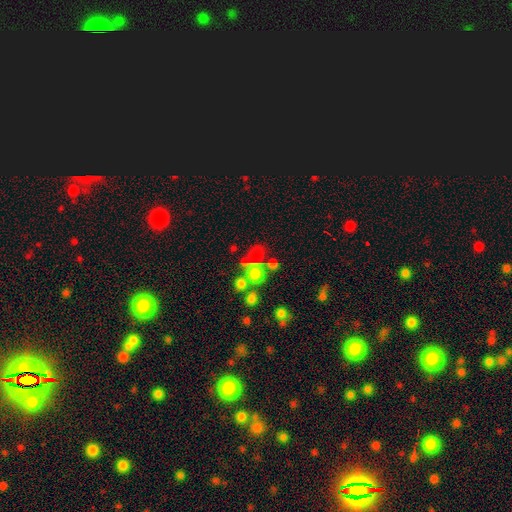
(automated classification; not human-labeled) A smooth galaxy with no disk features (65%) that is round (74%).

Vote fractions:
- Smooth or featured? smooth: 65% / star or artifact: 19% / featured or disk: 16%
- How rounded? round: 74% / in between: 25% / cigar-shaped: 1%
- Merging? none: 49% / merger: 35% / minor disturbance: 9% / major disturbance: 7%